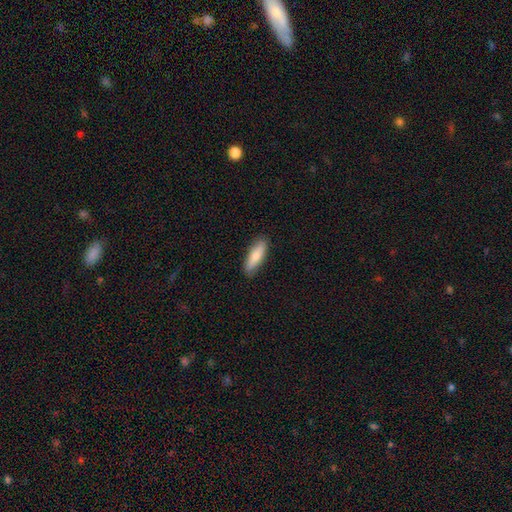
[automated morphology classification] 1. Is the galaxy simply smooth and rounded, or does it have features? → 82% smooth, 13% featured or disk, 5% star or artifact.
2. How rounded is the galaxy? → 55% cigar-shaped, 43% in between, 2% round.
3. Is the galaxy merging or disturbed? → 87% none, 10% minor disturbance, 2% major disturbance, 1% merger.